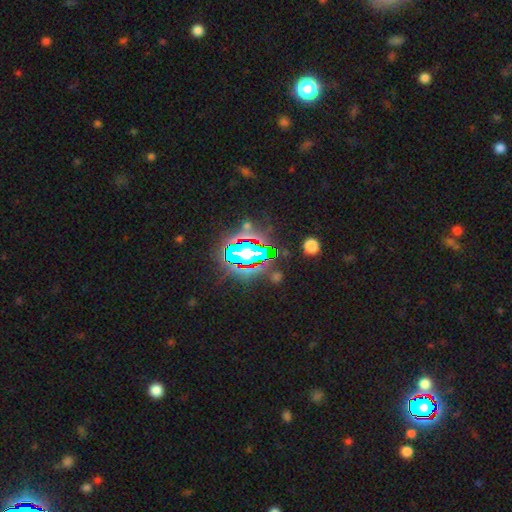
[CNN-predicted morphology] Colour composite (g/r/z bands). It shows a star or artifact, not a galaxy (80%).